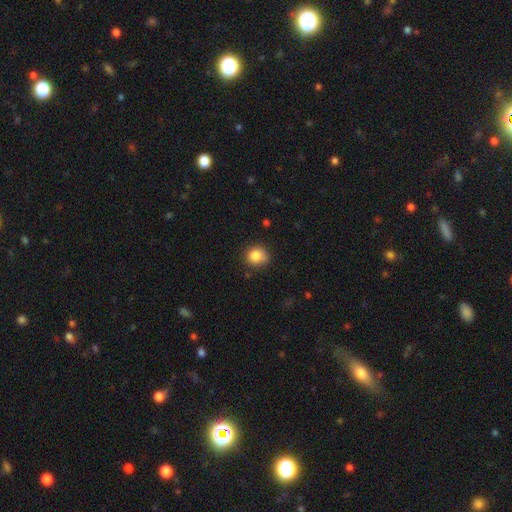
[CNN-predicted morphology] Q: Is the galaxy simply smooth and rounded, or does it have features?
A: smooth — 84%.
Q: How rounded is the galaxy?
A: round — 80%.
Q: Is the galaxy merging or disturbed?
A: none — 74%.